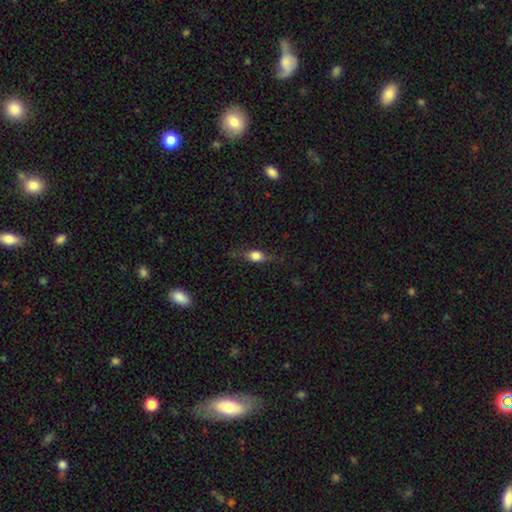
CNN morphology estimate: smooth-or-featured: smooth: 61% | featured or disk: 29% | star or artifact: 10%
  how-rounded: in between: 62% | cigar-shaped: 20% | round: 18%
  merging: none: 71% | minor disturbance: 20% | major disturbance: 8% | merger: 1%